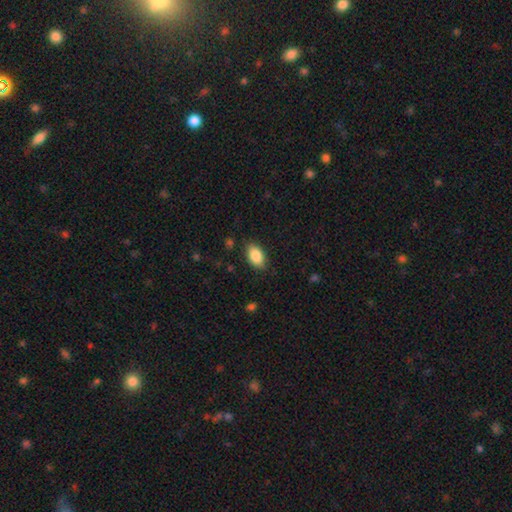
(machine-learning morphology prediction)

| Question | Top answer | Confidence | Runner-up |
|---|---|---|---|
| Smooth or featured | smooth | 87% | star or artifact (7%) |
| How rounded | in between | 92% | round (6%) |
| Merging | none | 84% | minor disturbance (12%) |